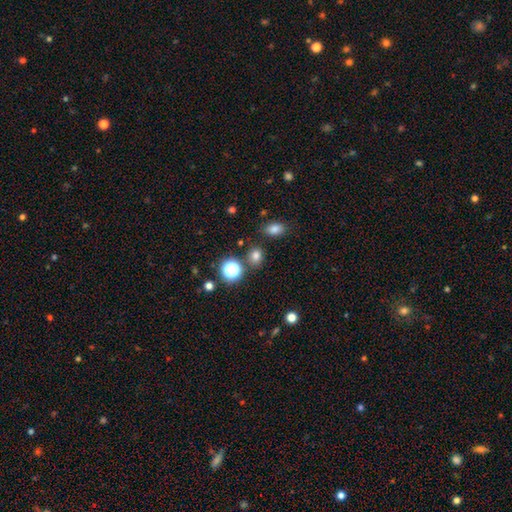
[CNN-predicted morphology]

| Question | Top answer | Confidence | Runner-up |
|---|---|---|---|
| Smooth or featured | smooth | 76% | star or artifact (19%) |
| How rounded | round | 65% | in between (34%) |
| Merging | none | 81% | minor disturbance (9%) |